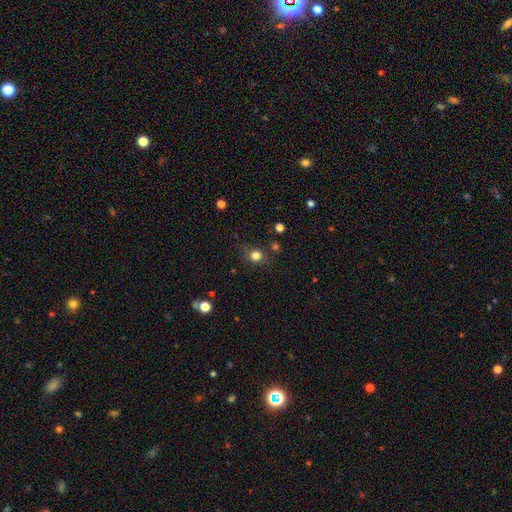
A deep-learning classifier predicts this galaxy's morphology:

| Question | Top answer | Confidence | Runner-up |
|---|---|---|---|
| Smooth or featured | smooth | 80% | star or artifact (15%) |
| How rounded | round | 81% | in between (18%) |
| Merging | none | 79% | minor disturbance (13%) |